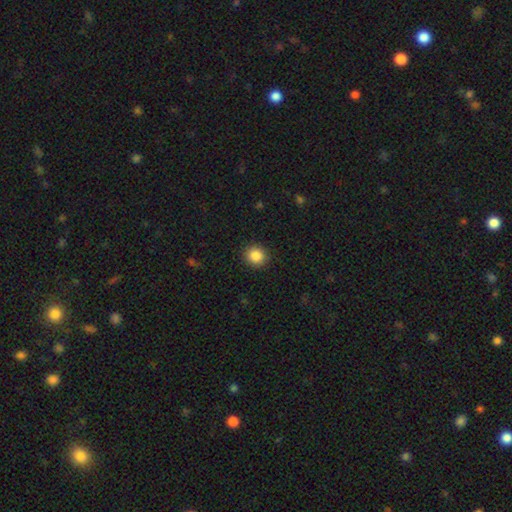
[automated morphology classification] A smooth galaxy with no disk features (86%) that is round (89%). Merging: none (91%).